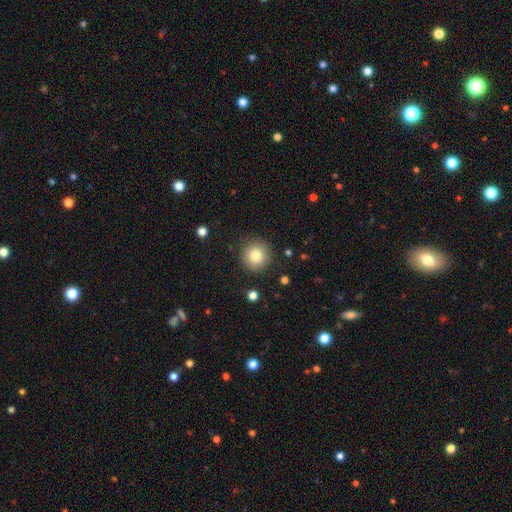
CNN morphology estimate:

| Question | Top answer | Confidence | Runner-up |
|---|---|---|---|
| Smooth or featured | smooth | 82% | star or artifact (10%) |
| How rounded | round | 94% | in between (5%) |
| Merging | none | 89% | minor disturbance (7%) |